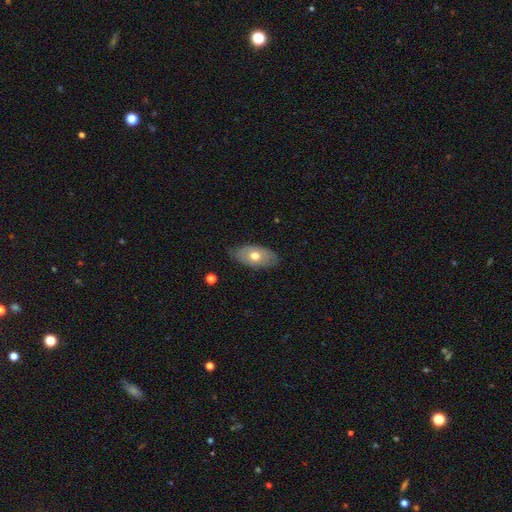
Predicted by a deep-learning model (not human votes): smooth-or-featured: smooth: 56% | featured or disk: 38% | star or artifact: 6%
  how-rounded: in between: 91% | round: 6% | cigar-shaped: 3%
  merging: none: 76% | minor disturbance: 20% | major disturbance: 4% | merger: 1%